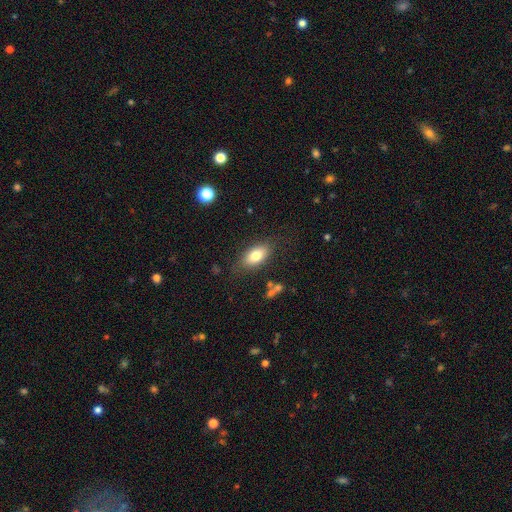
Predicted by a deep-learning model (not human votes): The model was most divided on "smooth or featured": smooth: 77%, featured or disk: 16%, star or artifact: 8%. More confident: how rounded — in between (87%); merging — none (79%).